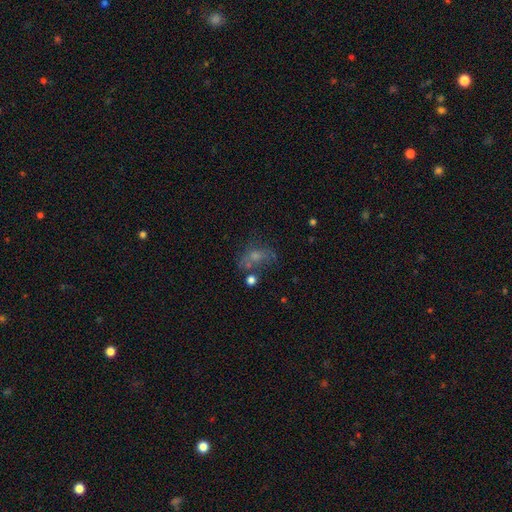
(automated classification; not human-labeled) smooth 39%, featured or disk 34%, star or artifact 26%. Down the decision tree: merging — none (47%).